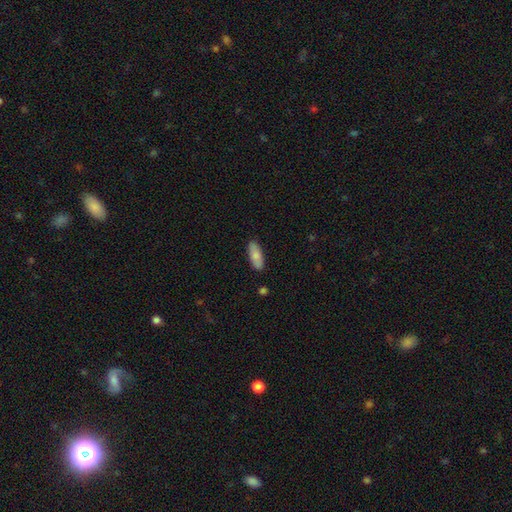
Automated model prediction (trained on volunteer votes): Morphology: type=smooth (80%); roundness=in between (74%); merging=none (87%).